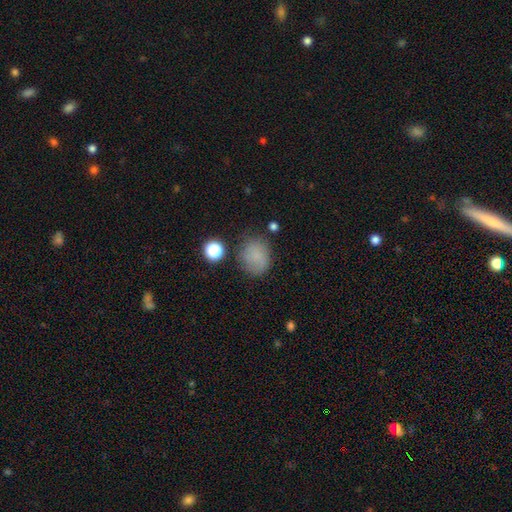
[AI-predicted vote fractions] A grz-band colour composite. It shows a smooth galaxy with no disk features (76%) that is round (66%). Merging: none (69%).